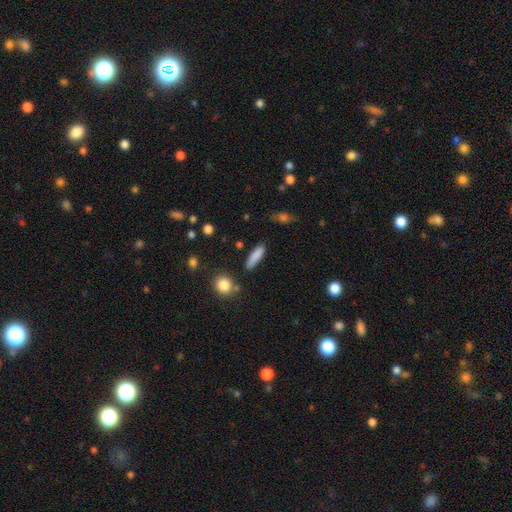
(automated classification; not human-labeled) Morphology: type=smooth (84%); roundness=cigar-shaped (73%); merging=none (84%).